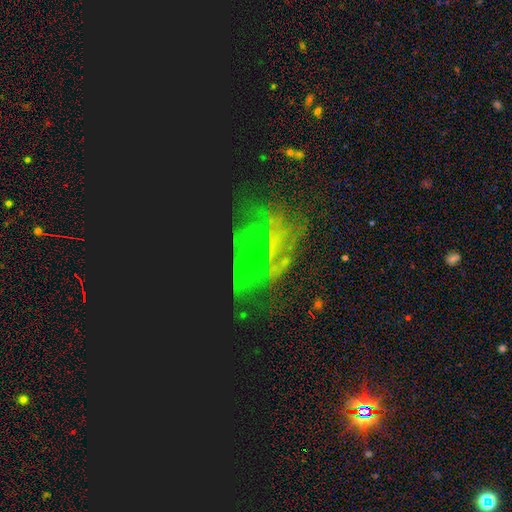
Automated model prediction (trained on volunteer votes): Smooth or featured? featured or disk (45%)
Merging? none (47%)